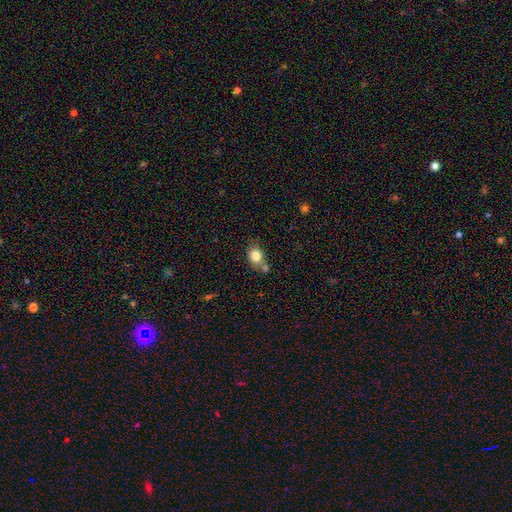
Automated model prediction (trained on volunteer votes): Smooth or featured? smooth (80%)
How rounded? in between (54%)
Merging? none (58%)